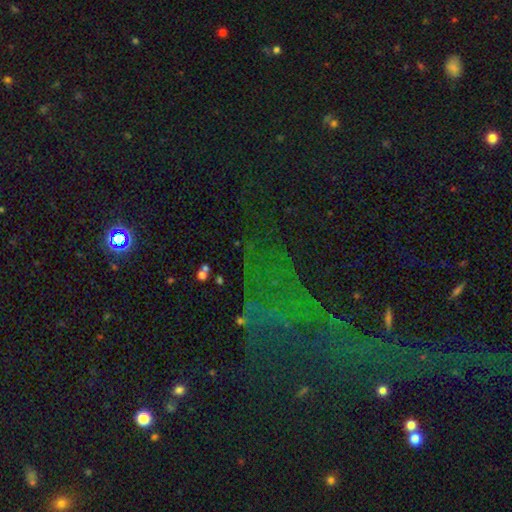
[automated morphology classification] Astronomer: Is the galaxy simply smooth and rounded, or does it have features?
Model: star or artifact — 68%.